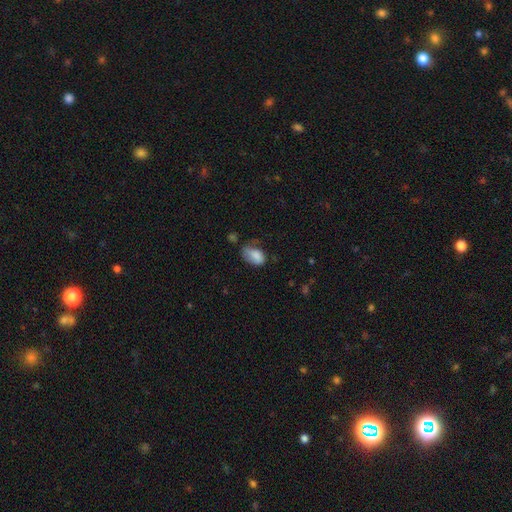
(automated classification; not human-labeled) Smooth or featured: smooth — 79% (featured or disk — 13%)
How rounded: in between — 88% (round — 10%)
Merging: minor disturbance — 37% (none — 33%)